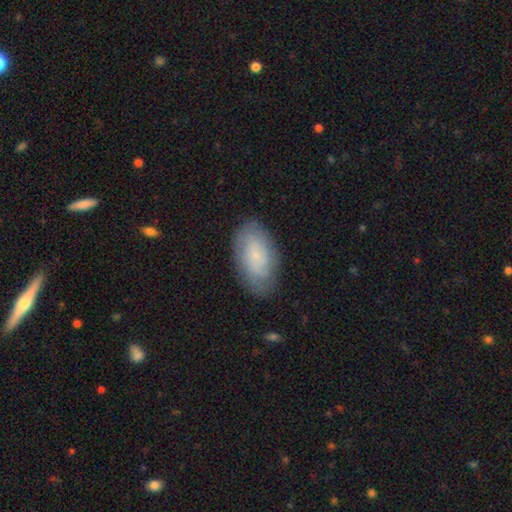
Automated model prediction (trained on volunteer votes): Smooth or featured? featured or disk (47%)
Merging? none (80%)